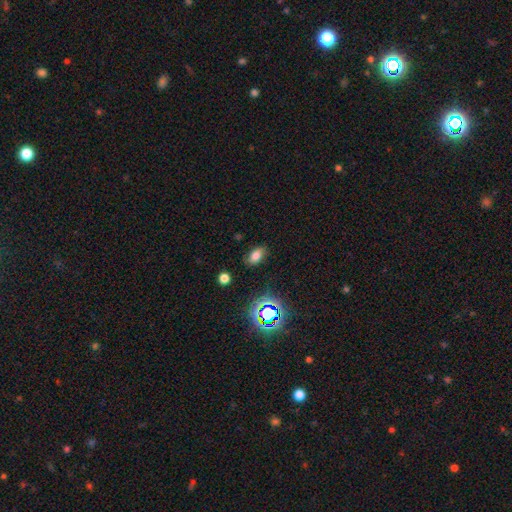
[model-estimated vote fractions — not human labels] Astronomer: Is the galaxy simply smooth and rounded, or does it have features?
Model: smooth — 70%.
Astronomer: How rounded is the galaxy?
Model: in between — 87%.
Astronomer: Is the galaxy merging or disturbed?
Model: none — 82%.